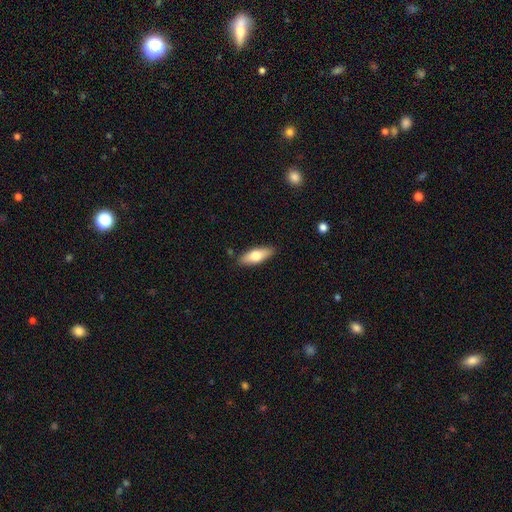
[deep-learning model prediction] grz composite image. It shows a smooth galaxy with no disk features (68%) that is in between round and cigar-shaped (64%). Merging: none (86%).